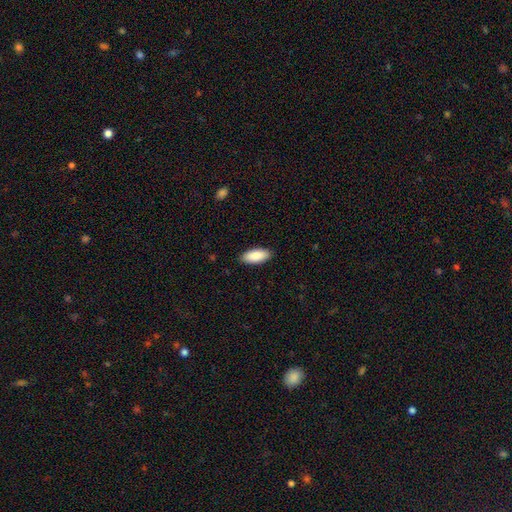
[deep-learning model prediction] The model was most divided on "how rounded": in between: 88%, cigar-shaped: 10%, round: 2%. More confident: smooth or featured — smooth (90%); merging — none (89%).